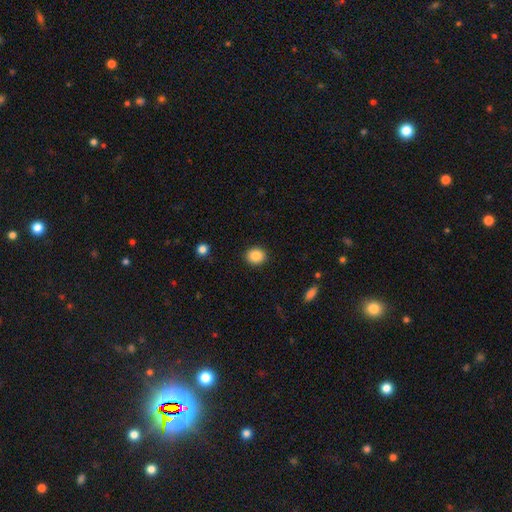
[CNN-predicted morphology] Smooth or featured? smooth (87%)
How rounded? round (76%)
Merging? none (91%)